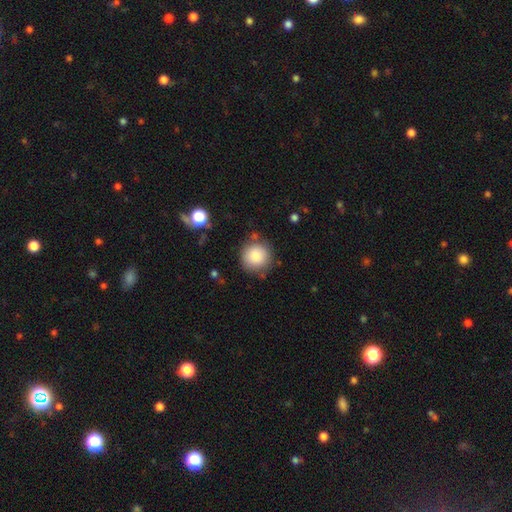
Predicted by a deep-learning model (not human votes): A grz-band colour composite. It shows a smooth galaxy with no disk features (83%) that is round (93%). Merging: none (82%).